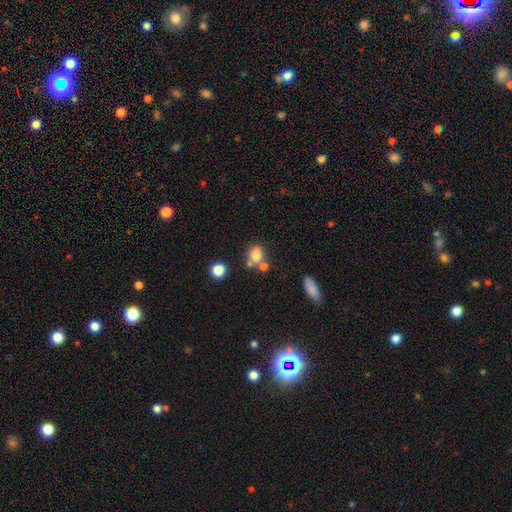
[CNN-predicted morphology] Smooth or featured?
  - smooth: 71% *
  - featured or disk: 16%
  - star or artifact: 13%
How rounded?
  - round: 67% *
  - in between: 32%
  - cigar-shaped: 1%
Merging?
  - none: 47% *
  - merger: 35%
  - minor disturbance: 13%
  - major disturbance: 5%